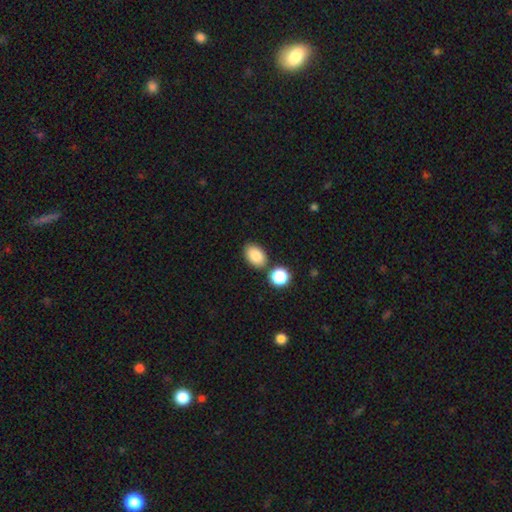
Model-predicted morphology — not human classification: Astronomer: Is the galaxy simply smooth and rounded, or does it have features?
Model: smooth — 87%.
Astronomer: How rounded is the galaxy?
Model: in between — 87%.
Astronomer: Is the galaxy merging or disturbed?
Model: none — 75%.